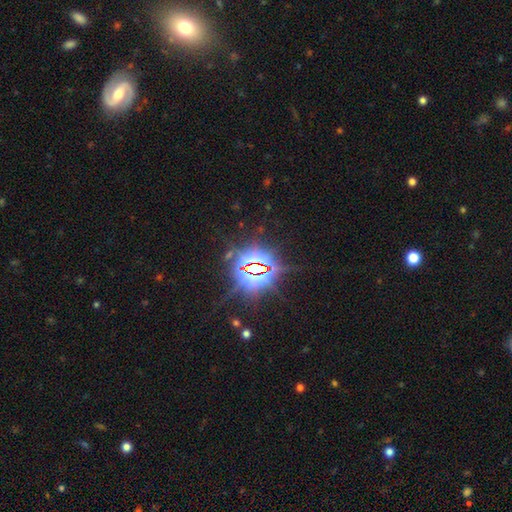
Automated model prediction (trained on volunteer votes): Smooth or featured? Predicted: star or artifact (p=0.85).